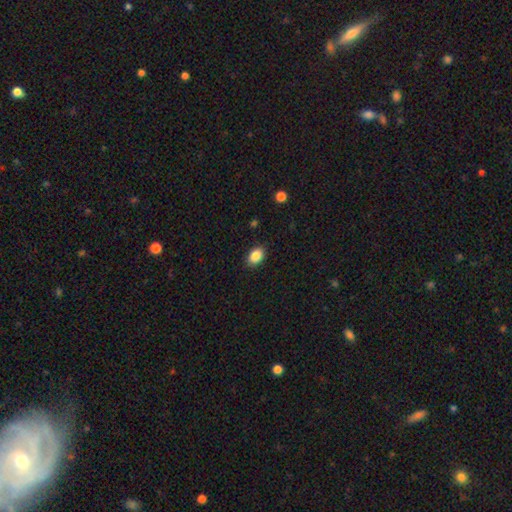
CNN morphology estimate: smooth 87%, star or artifact 8%, featured or disk 5%. Down the decision tree: how rounded — in between (86%); merging — none (88%).